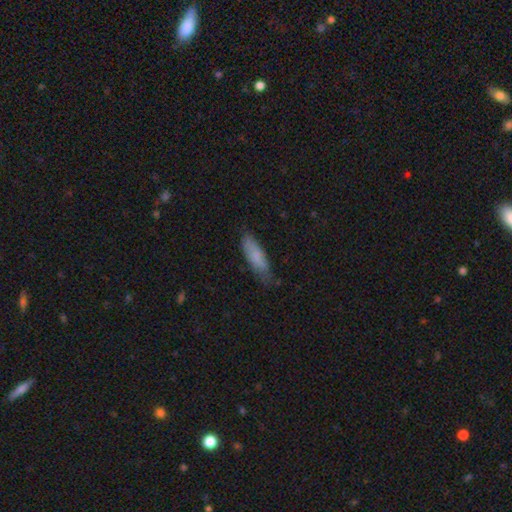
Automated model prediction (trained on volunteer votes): Smooth or featured? Predicted: smooth (p=0.76). How rounded? Predicted: cigar-shaped (p=0.53). Merging? Predicted: none (p=0.69).